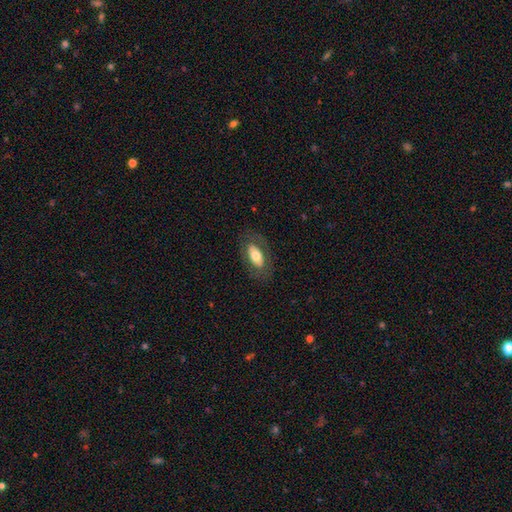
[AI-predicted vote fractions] Smooth or featured: smooth — 63% (featured or disk — 31%)
How rounded: in between — 91% (cigar-shaped — 6%)
Merging: none — 78% (minor disturbance — 14%)